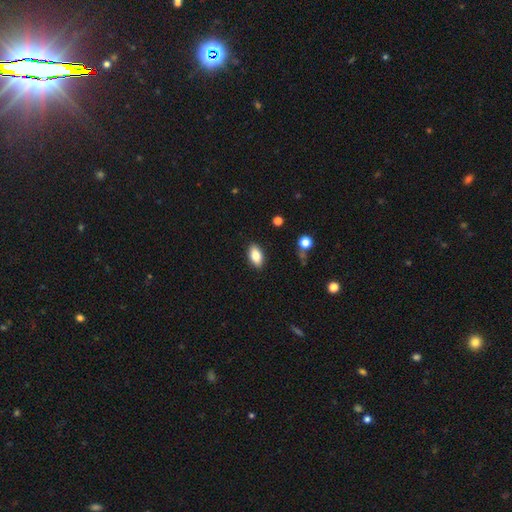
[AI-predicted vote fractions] Smooth or featured?
  - smooth: 82% *
  - featured or disk: 10%
  - star or artifact: 8%
How rounded?
  - in between: 90% *
  - cigar-shaped: 5%
  - round: 5%
Merging?
  - none: 88% *
  - minor disturbance: 9%
  - major disturbance: 2%
  - merger: 1%